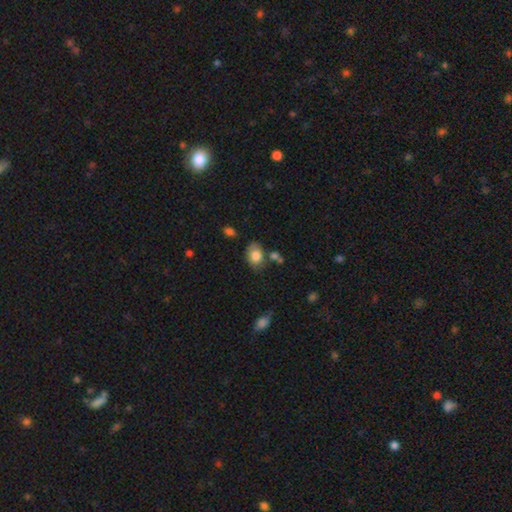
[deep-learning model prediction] Smooth or featured: smooth — 80% (featured or disk — 12%)
How rounded: in between — 74% (round — 25%)
Merging: none — 60% (minor disturbance — 23%)